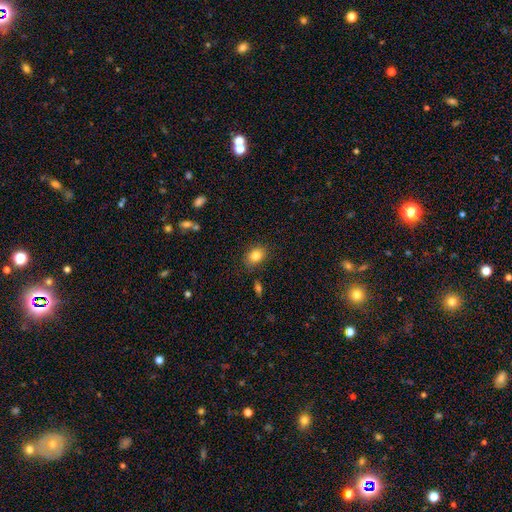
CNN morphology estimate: This is clearly a smooth galaxy (83%). How rounded: likely in between (65%). Merging: clearly none (82%).